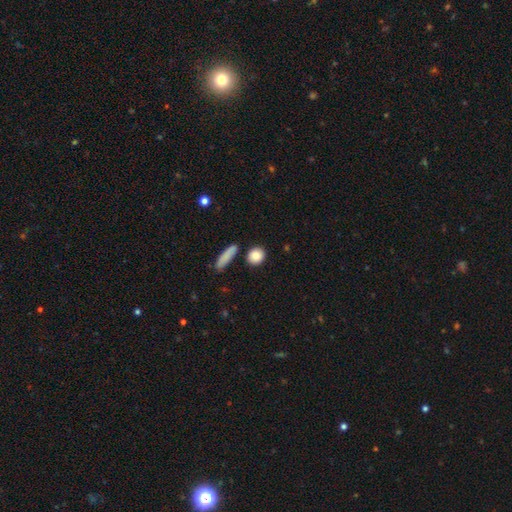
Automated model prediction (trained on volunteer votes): Smooth or featured? smooth (83%)
How rounded? round (74%)
Merging? none (82%)